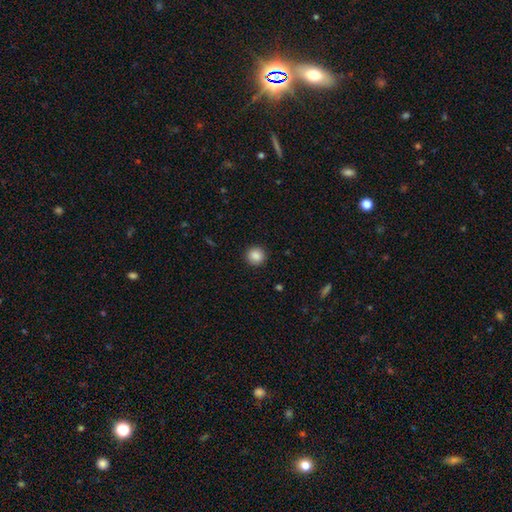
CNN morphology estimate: smooth-or-featured: smooth: 88% | star or artifact: 9% | featured or disk: 3%
  how-rounded: round: 93% | in between: 6% | cigar-shaped: 1%
  merging: none: 92% | minor disturbance: 5% | major disturbance: 2% | merger: 1%